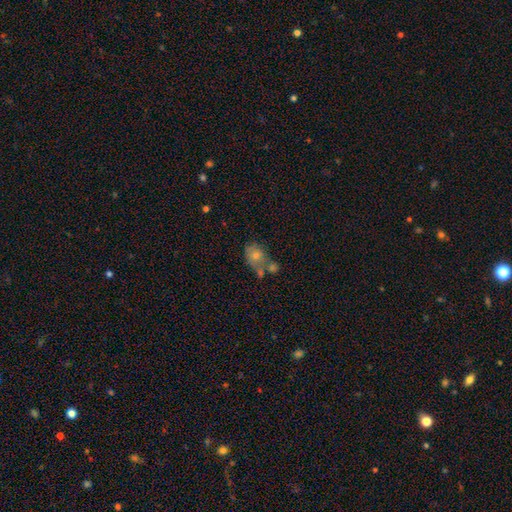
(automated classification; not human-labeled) Smooth or featured? smooth (66%)
How rounded? in between (62%)
Merging? merger (42%)